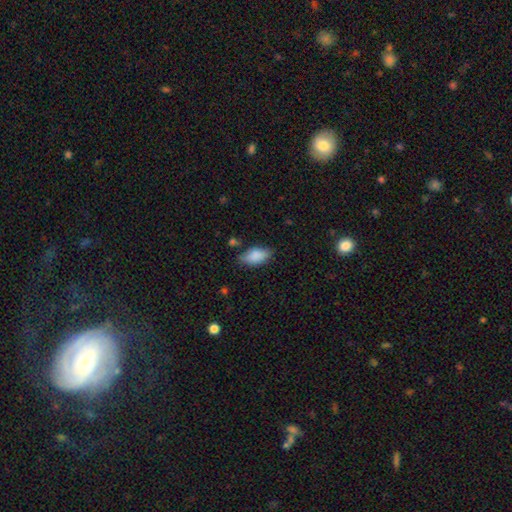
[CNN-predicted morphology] Smooth or featured? smooth (84%)
How rounded? in between (90%)
Merging? none (70%)